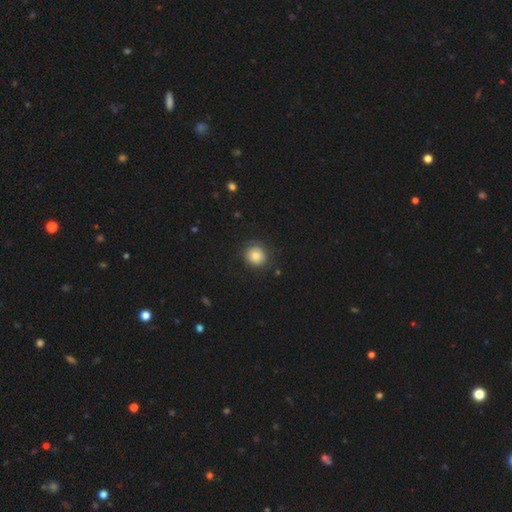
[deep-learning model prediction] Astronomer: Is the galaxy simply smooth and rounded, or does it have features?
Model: smooth — 76%.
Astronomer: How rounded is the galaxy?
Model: round — 88%.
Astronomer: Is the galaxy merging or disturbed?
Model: none — 83%.